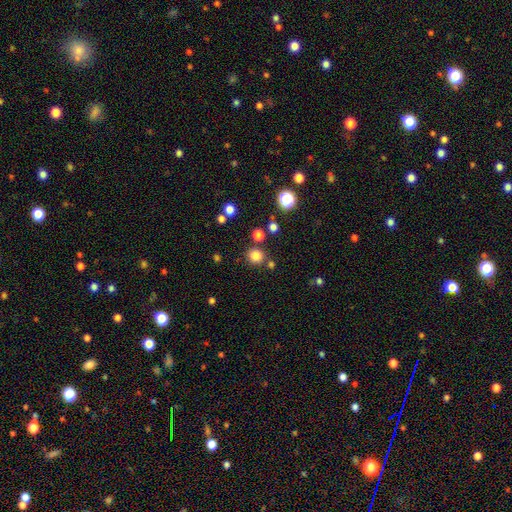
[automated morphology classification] This is clearly a smooth galaxy (81%). How rounded: clearly round (93%). Merging: clearly none (83%).